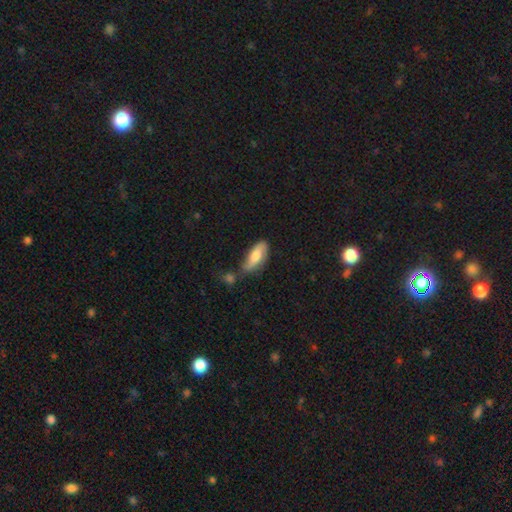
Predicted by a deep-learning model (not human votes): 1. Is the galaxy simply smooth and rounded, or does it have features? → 62% smooth, 31% featured or disk, 7% star or artifact.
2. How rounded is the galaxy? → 73% in between, 24% cigar-shaped, 3% round.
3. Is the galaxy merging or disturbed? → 51% none, 25% minor disturbance, 15% merger, 8% major disturbance.